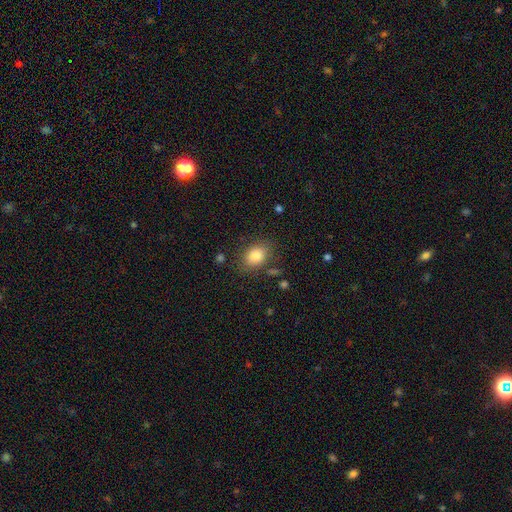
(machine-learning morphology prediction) smooth_or_featured: smooth (p=0.83) [alt: star or artifact p=0.09]
how_rounded: in between (p=0.72) [alt: round p=0.27]
merging: none (p=0.78) [alt: minor disturbance p=0.15]